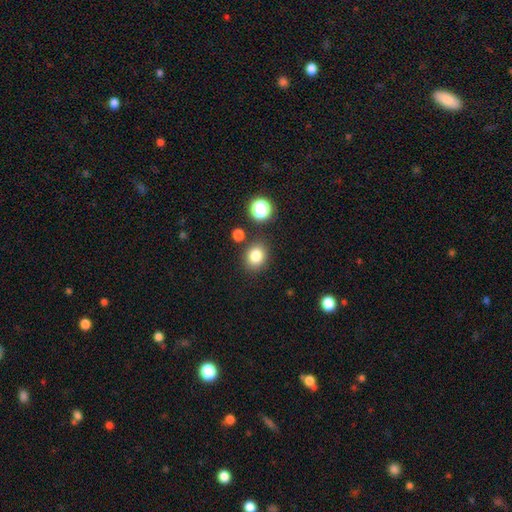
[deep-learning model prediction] This is clearly a smooth galaxy (81%). How rounded: likely round (63%). Merging: clearly none (82%).